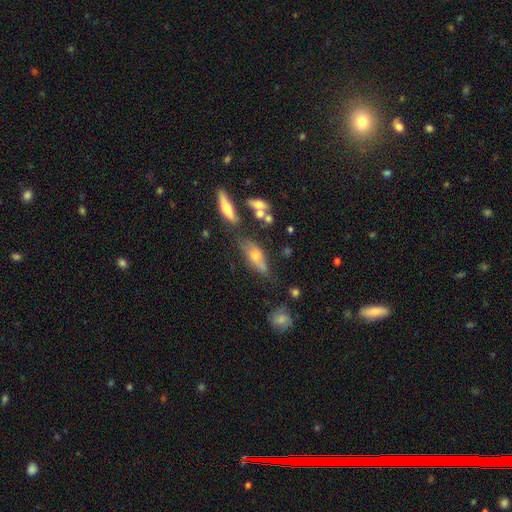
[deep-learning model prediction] Smooth or featured? smooth (47%)
Merging? none (50%)